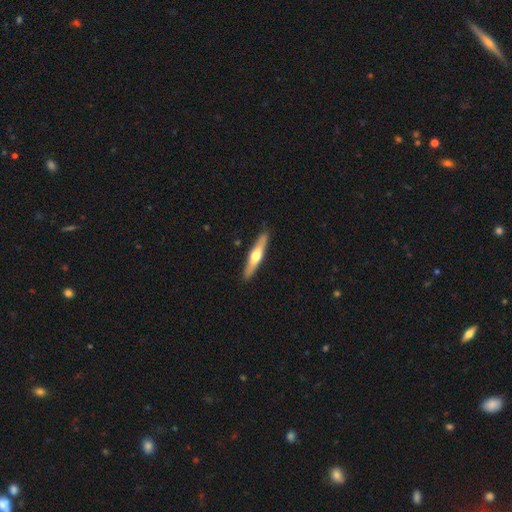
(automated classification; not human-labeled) Smooth or featured? Predicted: featured or disk (p=0.51). Edge-on disk? Predicted: yes (p=0.93). Merging? Predicted: none (p=0.90).